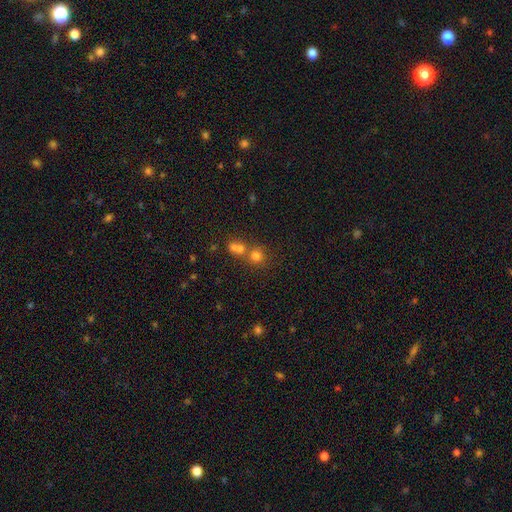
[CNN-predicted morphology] This appears to be a smooth galaxy with no disk features (65%) that is round (87%). Merging: none (49%).